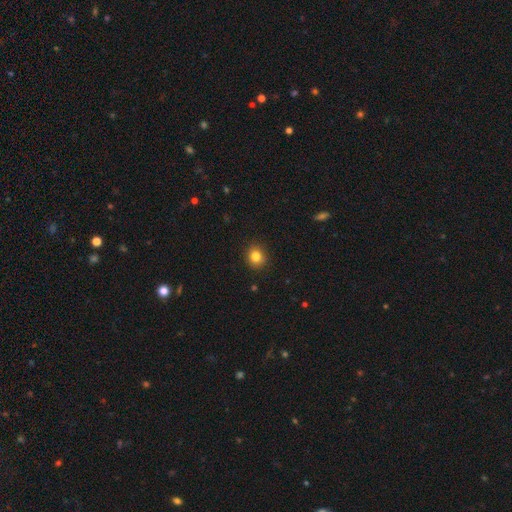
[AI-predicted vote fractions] Smooth or featured: smooth — 82% (star or artifact — 12%)
How rounded: round — 82% (in between — 17%)
Merging: none — 90% (minor disturbance — 7%)